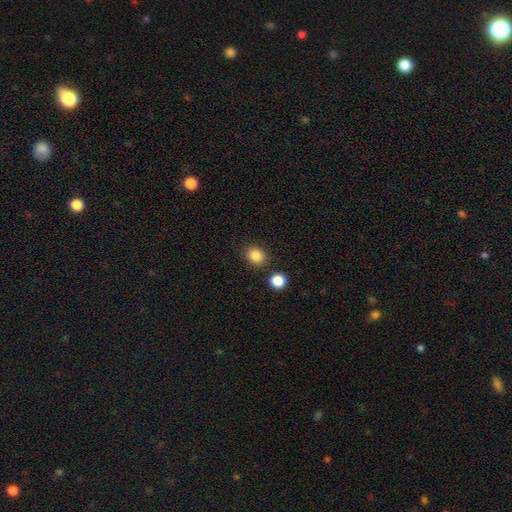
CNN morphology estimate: A smooth galaxy with no disk features (85%) that is round (69%).

Vote fractions:
- Smooth or featured? smooth: 85% / star or artifact: 10% / featured or disk: 4%
- How rounded? round: 69% / in between: 31% / cigar-shaped: 1%
- Merging? none: 83% / minor disturbance: 9% / merger: 6% / major disturbance: 3%